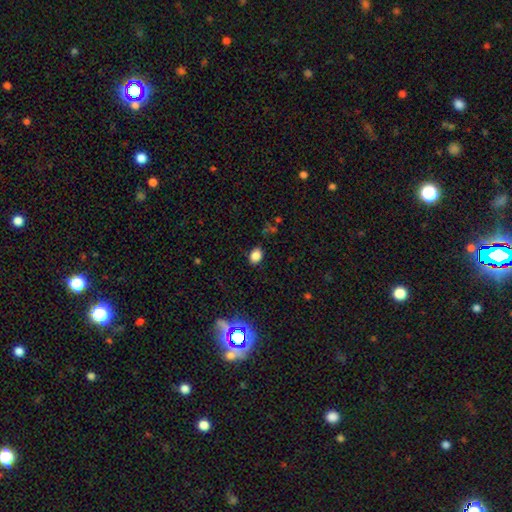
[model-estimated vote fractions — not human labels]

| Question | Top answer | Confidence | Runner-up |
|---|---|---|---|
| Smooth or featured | smooth | 82% | star or artifact (13%) |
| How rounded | in between | 67% | round (32%) |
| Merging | none | 83% | minor disturbance (12%) |